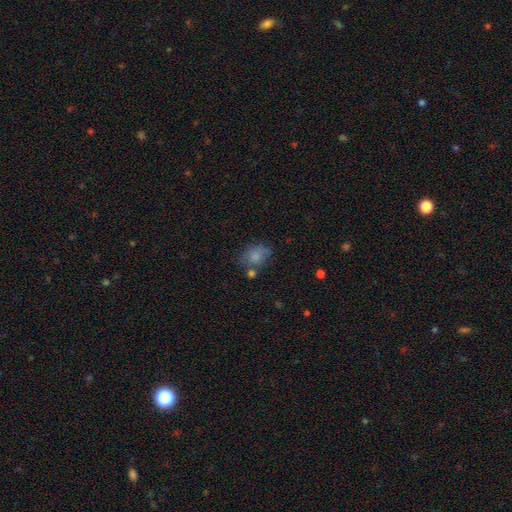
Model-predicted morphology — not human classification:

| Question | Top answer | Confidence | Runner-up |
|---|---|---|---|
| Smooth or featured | smooth | 77% | featured or disk (12%) |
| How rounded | in between | 67% | round (31%) |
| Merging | none | 50% | minor disturbance (25%) |